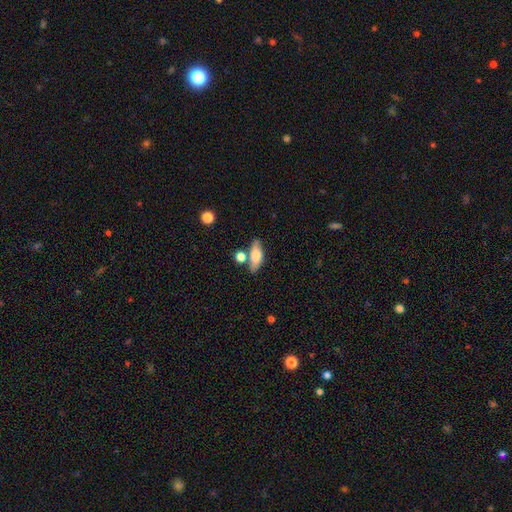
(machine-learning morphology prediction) A smooth galaxy with no disk features (65%) that is in between round and cigar-shaped (72%).

Vote fractions:
- Smooth or featured? smooth: 65% / featured or disk: 28% / star or artifact: 7%
- How rounded? in between: 72% / cigar-shaped: 23% / round: 5%
- Merging? none: 65% / merger: 16% / minor disturbance: 15% / major disturbance: 5%